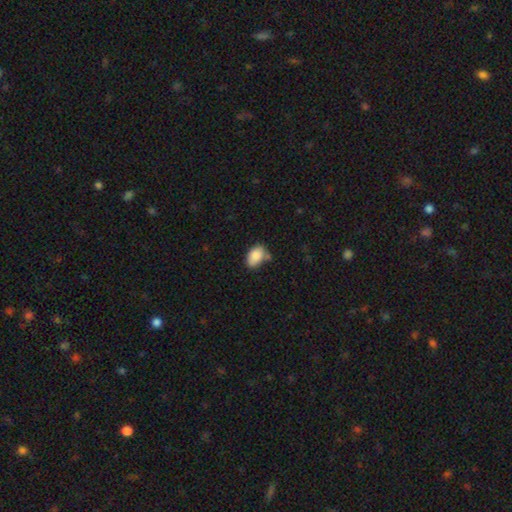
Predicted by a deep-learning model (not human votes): Overall: smooth (86%). How rounded: in between (87%). Merging: none (54%; minor disturbance 28%).